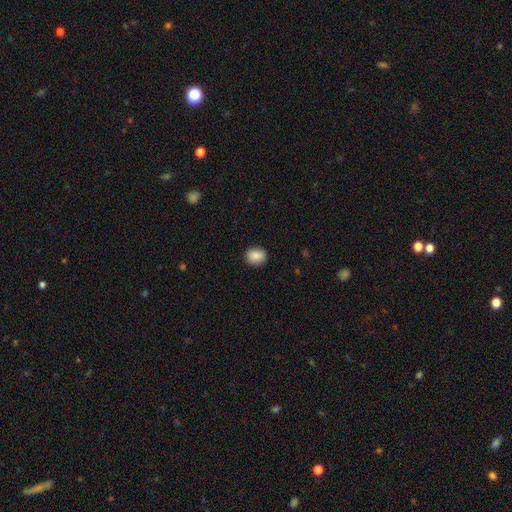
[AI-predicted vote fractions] This appears to be a smooth galaxy with no disk features (88%) that is round (52%). Merging: none (89%).